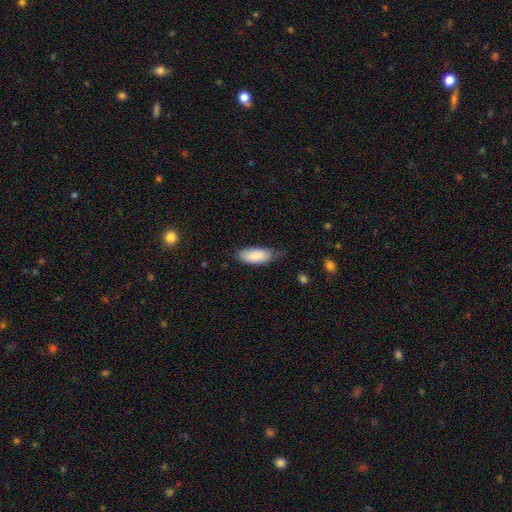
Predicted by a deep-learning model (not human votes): smooth-or-featured: smooth: 88% | featured or disk: 6% | star or artifact: 6%
  how-rounded: in between: 85% | cigar-shaped: 14% | round: 2%
  merging: none: 60% | minor disturbance: 32% | major disturbance: 7% | merger: 2%